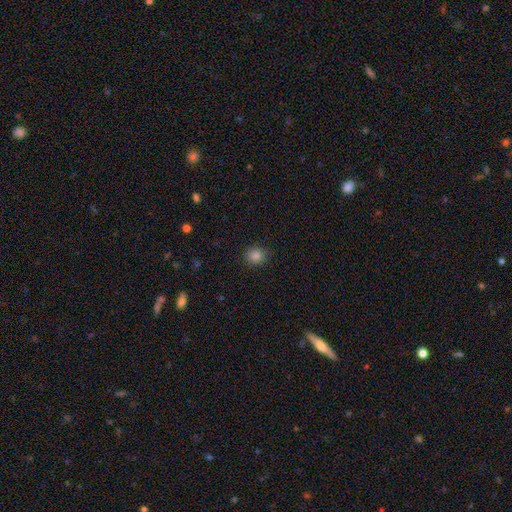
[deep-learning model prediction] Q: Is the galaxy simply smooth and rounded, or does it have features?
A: smooth — 82%.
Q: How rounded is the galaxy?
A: round — 78%.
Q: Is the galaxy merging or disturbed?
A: none — 88%.